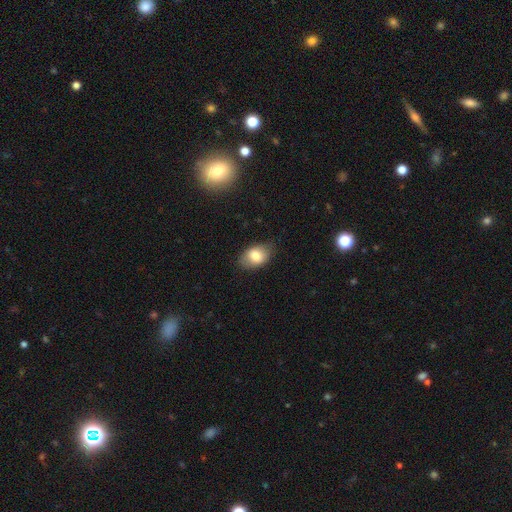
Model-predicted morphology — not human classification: Smooth or featured? Predicted: smooth (p=0.79). How rounded? Predicted: in between (p=0.84). Merging? Predicted: none (p=0.77).